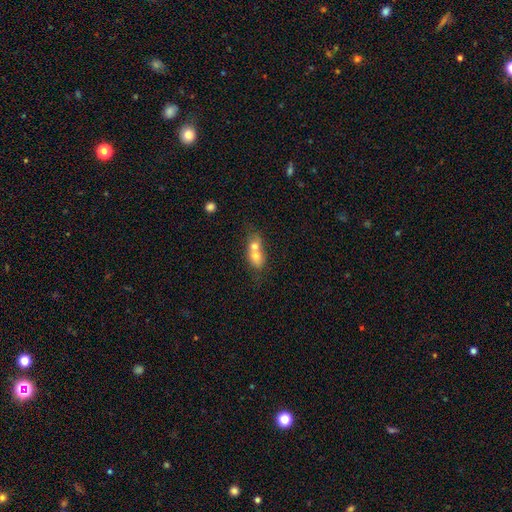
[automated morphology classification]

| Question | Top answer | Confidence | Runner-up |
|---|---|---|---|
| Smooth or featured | smooth | 66% | featured or disk (25%) |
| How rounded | in between | 57% | round (38%) |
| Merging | merger | 74% | none (17%) |